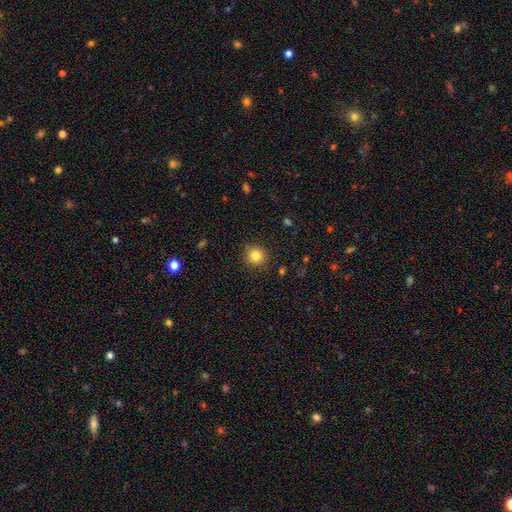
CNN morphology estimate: The model was most divided on "smooth or featured": smooth: 82%, star or artifact: 12%, featured or disk: 6%. More confident: how rounded — round (93%); merging — none (88%).